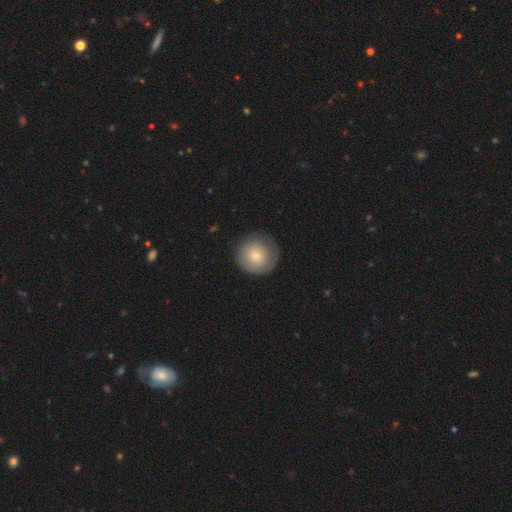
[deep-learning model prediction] Morphology: type=smooth (68%); roundness=round (94%); merging=none (77%).